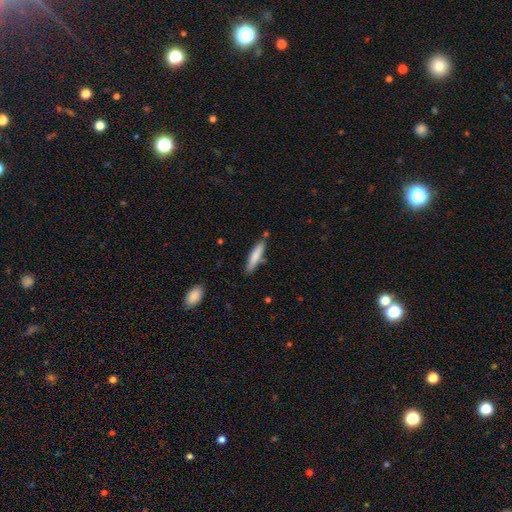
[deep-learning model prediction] smooth-or-featured: smooth: 77% | featured or disk: 17% | star or artifact: 6%
  how-rounded: cigar-shaped: 85% | in between: 14% | round: 1%
  merging: none: 80% | minor disturbance: 13% | merger: 5% | major disturbance: 2%